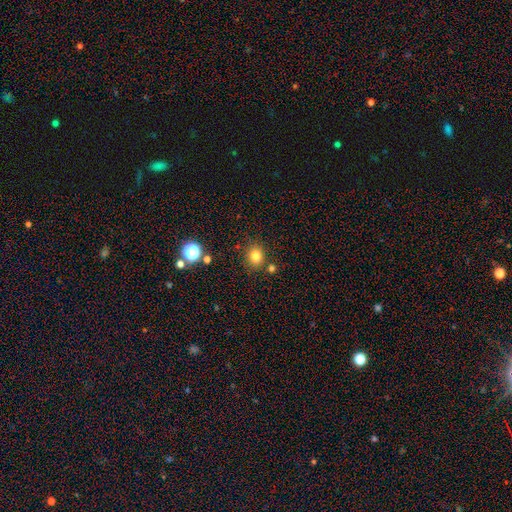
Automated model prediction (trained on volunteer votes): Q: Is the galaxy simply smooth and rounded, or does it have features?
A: smooth — 80%.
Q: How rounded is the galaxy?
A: round — 70%.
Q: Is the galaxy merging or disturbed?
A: none — 81%.